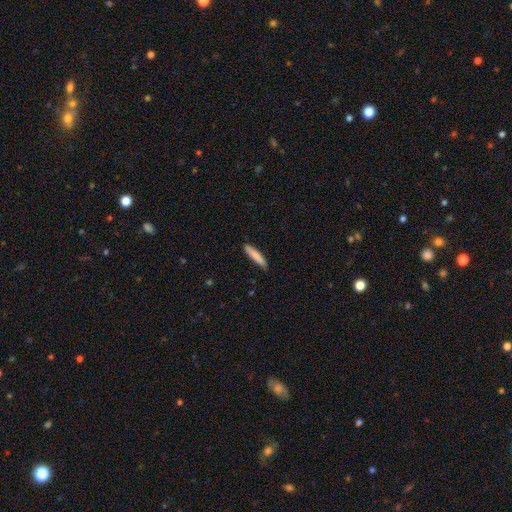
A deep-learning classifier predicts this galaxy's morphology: Smooth or featured? Predicted: smooth (p=0.84). How rounded? Predicted: cigar-shaped (p=0.89). Merging? Predicted: none (p=0.86).